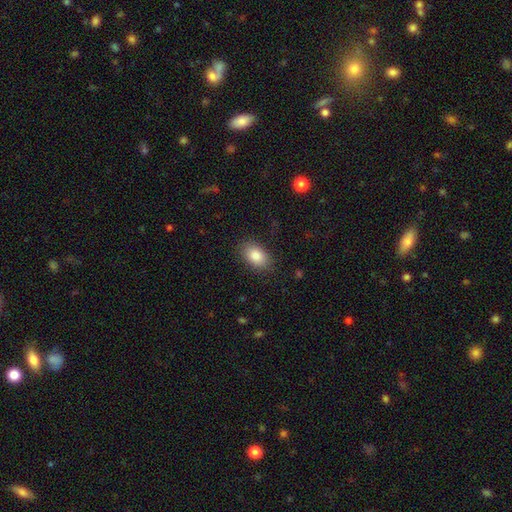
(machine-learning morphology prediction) This is clearly a smooth galaxy (85%). How rounded: clearly in between (88%). Merging: clearly none (86%).